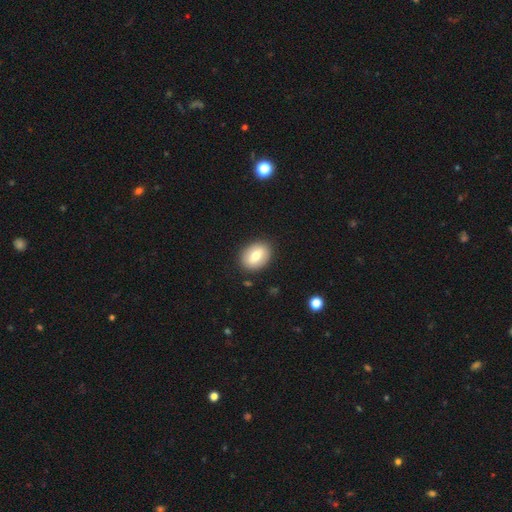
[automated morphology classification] This is likely a smooth galaxy (69%). How rounded: likely in between (71%). Merging: clearly none (88%).